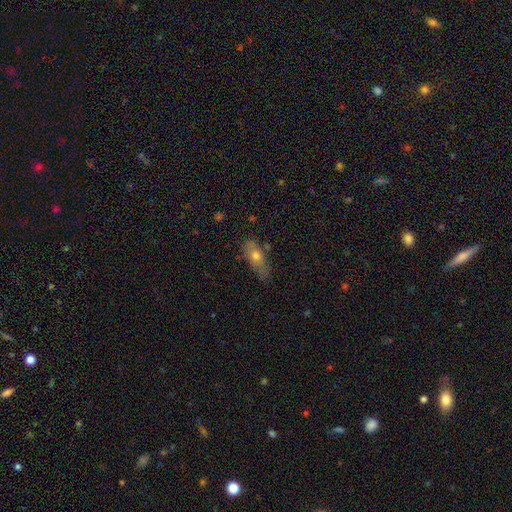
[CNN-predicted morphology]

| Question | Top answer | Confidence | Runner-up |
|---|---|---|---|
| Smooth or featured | smooth | 61% | featured or disk (31%) |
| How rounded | in between | 71% | cigar-shaped (24%) |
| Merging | none | 67% | minor disturbance (25%) |